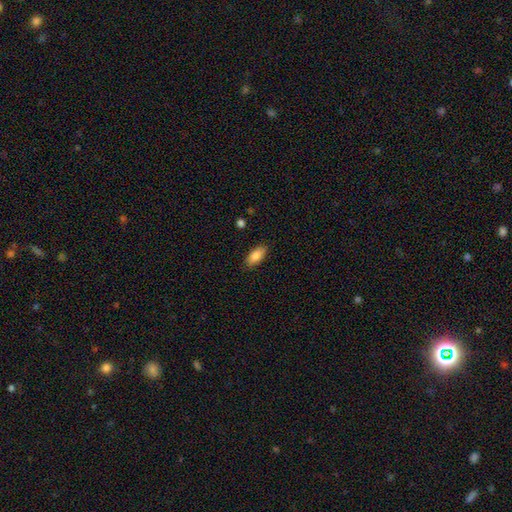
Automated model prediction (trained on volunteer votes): Smooth or featured?
  - smooth: 86% *
  - featured or disk: 7%
  - star or artifact: 7%
How rounded?
  - in between: 87% *
  - cigar-shaped: 11%
  - round: 2%
Merging?
  - none: 85% *
  - minor disturbance: 12%
  - major disturbance: 2%
  - merger: 1%